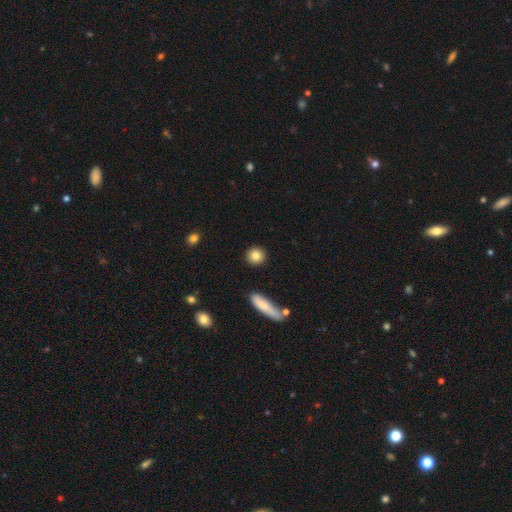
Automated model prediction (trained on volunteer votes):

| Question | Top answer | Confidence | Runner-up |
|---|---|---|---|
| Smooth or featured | smooth | 85% | star or artifact (8%) |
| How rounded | round | 87% | in between (11%) |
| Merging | none | 90% | minor disturbance (6%) |